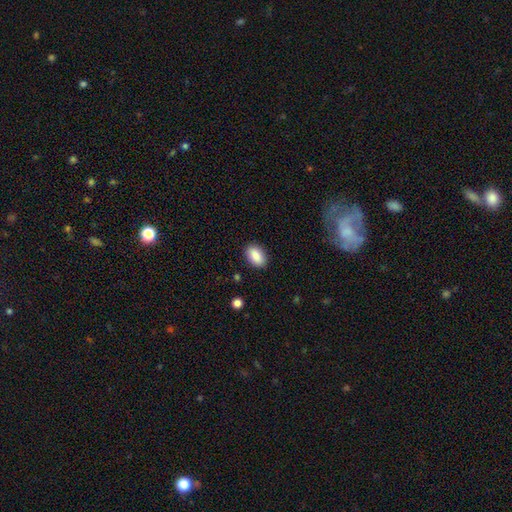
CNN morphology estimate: Smooth or featured? smooth (88%)
How rounded? in between (90%)
Merging? none (88%)